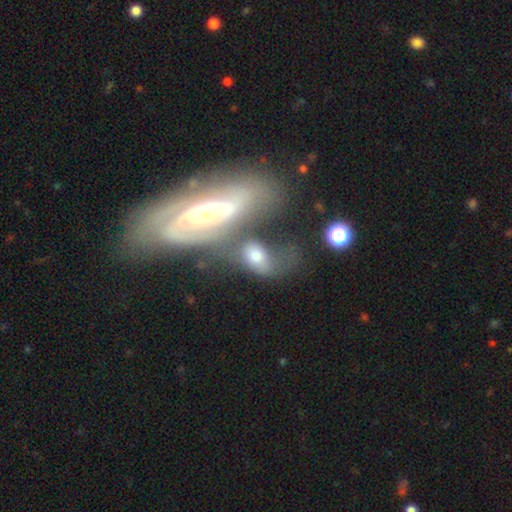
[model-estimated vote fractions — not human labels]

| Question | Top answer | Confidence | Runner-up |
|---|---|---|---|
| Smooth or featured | featured or disk | 54% | smooth (38%) |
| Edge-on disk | no | 89% | yes (11%) |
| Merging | merger | 46% | none (26%) |